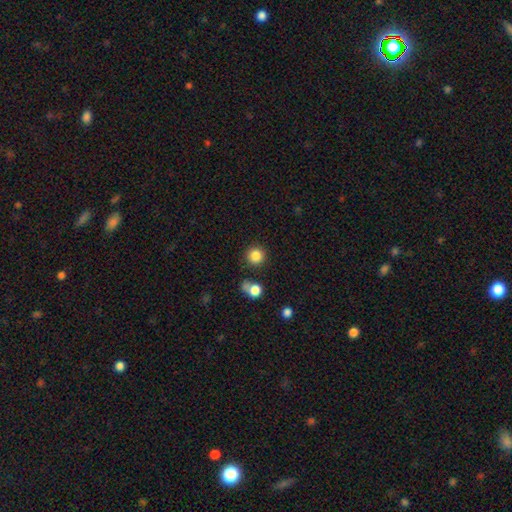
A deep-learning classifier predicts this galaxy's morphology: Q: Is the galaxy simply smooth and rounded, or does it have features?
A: smooth — 85%.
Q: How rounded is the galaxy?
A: round — 94%.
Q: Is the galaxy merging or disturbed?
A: none — 84%.